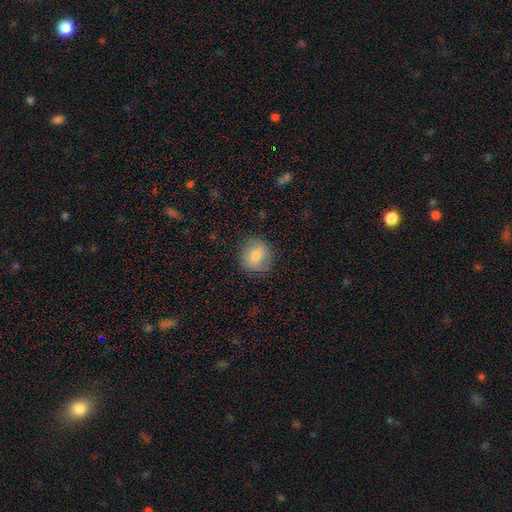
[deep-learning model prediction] smooth-or-featured: smooth: 78% | featured or disk: 14% | star or artifact: 8%
  how-rounded: round: 83% | in between: 16% | cigar-shaped: 1%
  merging: none: 84% | minor disturbance: 12% | major disturbance: 4% | merger: 1%